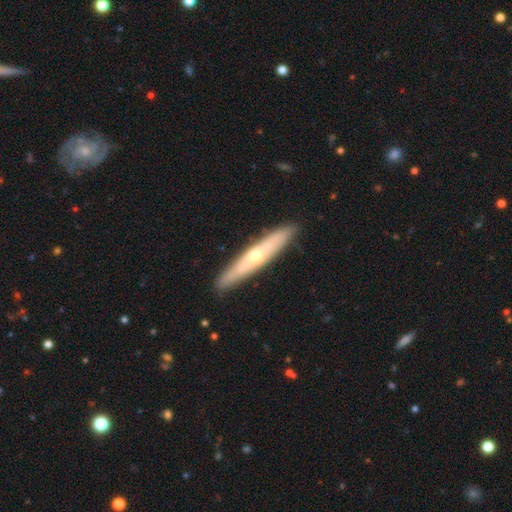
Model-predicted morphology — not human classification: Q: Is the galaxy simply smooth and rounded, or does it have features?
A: featured or disk — 52%.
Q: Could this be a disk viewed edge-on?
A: yes — 85%.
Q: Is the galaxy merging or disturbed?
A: none — 90%.